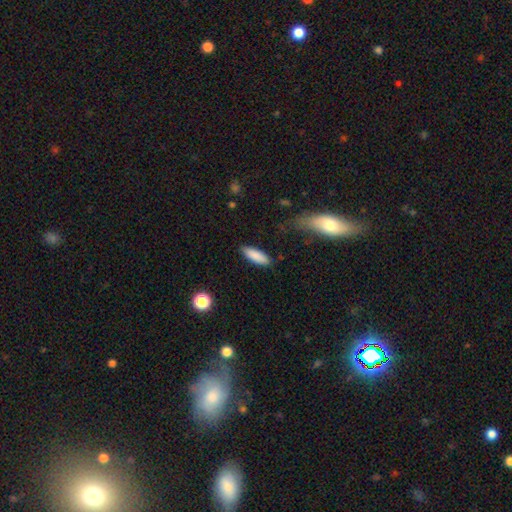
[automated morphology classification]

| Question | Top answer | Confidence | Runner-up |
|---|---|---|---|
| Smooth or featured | smooth | 87% | featured or disk (7%) |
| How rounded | in between | 59% | cigar-shaped (40%) |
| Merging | none | 85% | minor disturbance (11%) |